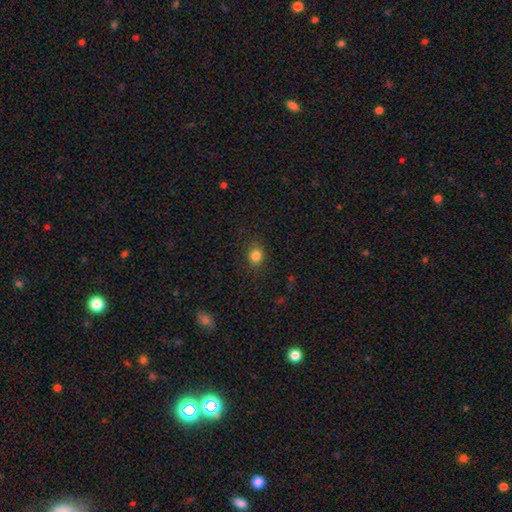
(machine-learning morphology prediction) Overall: smooth (82%). How rounded: round (74%). Merging: none (85%).